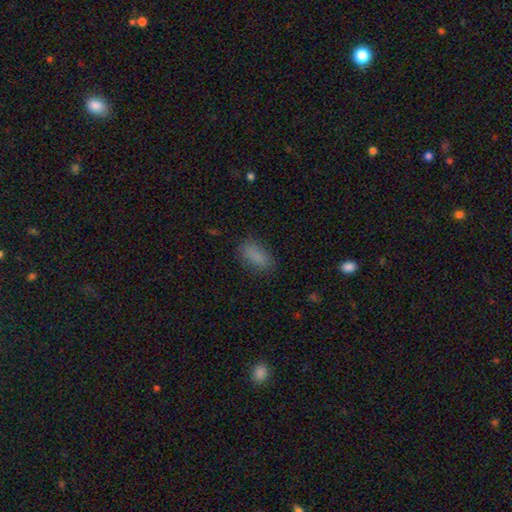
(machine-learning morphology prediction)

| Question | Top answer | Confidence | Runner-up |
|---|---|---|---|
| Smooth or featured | smooth | 86% | star or artifact (9%) |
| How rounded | in between | 85% | cigar-shaped (12%) |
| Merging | none | 81% | minor disturbance (14%) |